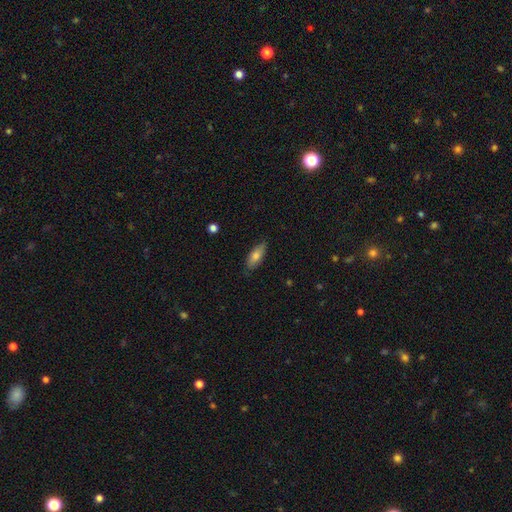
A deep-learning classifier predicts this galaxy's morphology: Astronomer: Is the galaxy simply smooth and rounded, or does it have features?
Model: smooth — 74%.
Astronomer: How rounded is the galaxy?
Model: in between — 72%.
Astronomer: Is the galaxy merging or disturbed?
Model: none — 82%.